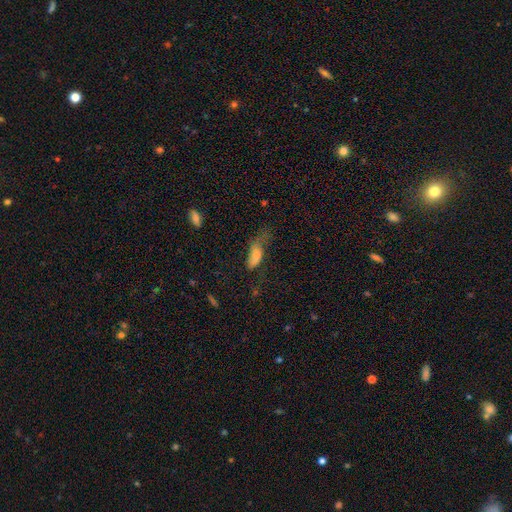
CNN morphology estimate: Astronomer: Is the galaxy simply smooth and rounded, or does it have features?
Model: smooth — 68%.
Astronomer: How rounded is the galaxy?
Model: in between — 75%.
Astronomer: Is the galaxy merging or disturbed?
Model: major disturbance — 45% (runner-up: minor disturbance, 27%).